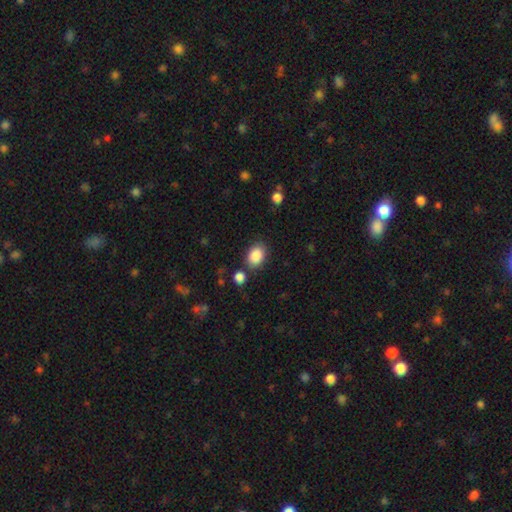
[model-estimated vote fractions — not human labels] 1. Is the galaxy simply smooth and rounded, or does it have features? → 88% smooth, 8% star or artifact, 5% featured or disk.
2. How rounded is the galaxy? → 77% in between, 21% round, 1% cigar-shaped.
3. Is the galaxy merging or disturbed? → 77% none, 13% minor disturbance, 7% merger, 4% major disturbance.